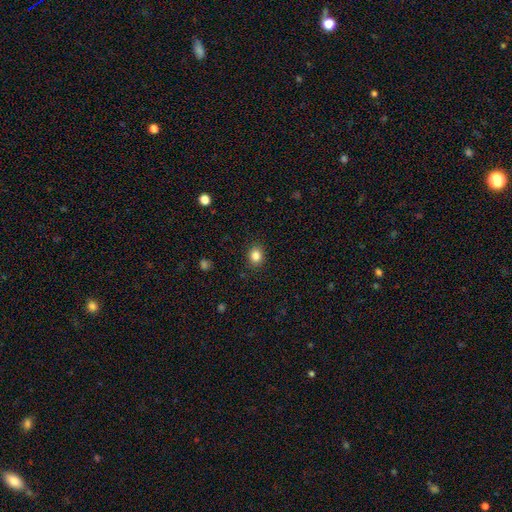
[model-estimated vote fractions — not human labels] The model was most divided on "how rounded": round: 67%, in between: 32%, cigar-shaped: 1%. More confident: merging — none (90%); smooth or featured — smooth (84%).